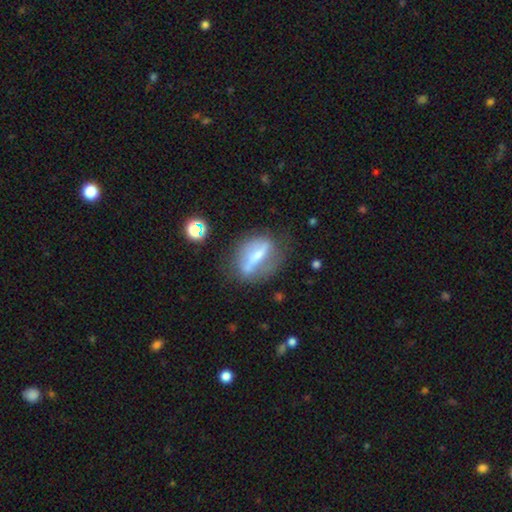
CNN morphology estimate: Q: Smooth or featured?
A: featured or disk (62%); runner-up: smooth (29%)
Q: Edge-on disk?
A: no (73%); runner-up: yes (27%)
Q: Merging?
A: none (60%); runner-up: minor disturbance (21%)